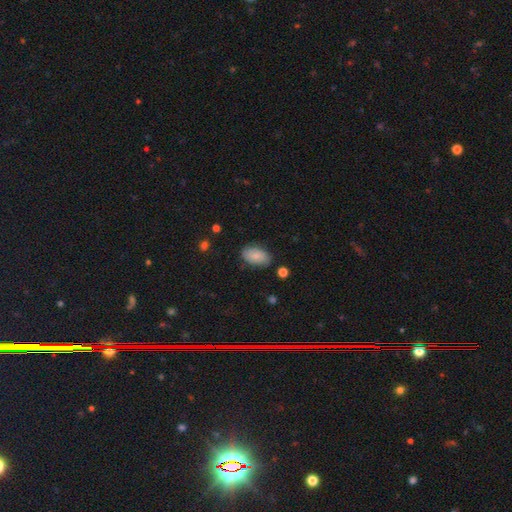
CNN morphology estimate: smooth 79%, featured or disk 14%, star or artifact 7%. Down the decision tree: how rounded — in between (92%); merging — none (78%).